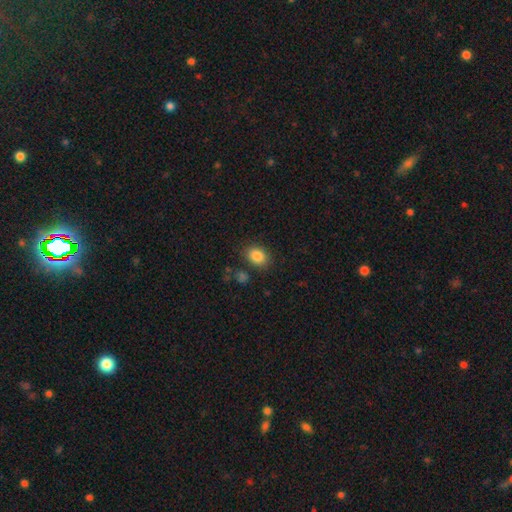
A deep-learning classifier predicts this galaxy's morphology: Overall: smooth (85%). How rounded: in between (63%; round 37%). Merging: none (82%).